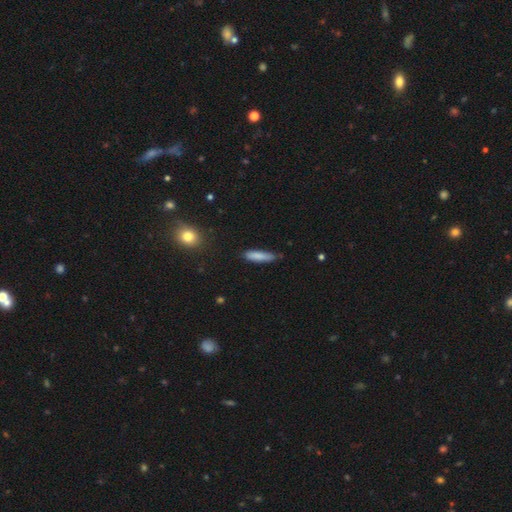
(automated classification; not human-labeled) Overall: smooth (83%). How rounded: cigar-shaped (78%). Merging: none (77%).